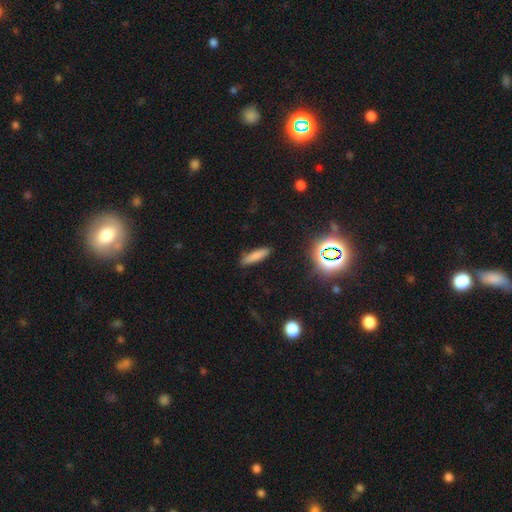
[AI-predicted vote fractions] Smooth or featured? smooth (77%)
How rounded? cigar-shaped (75%)
Merging? none (88%)